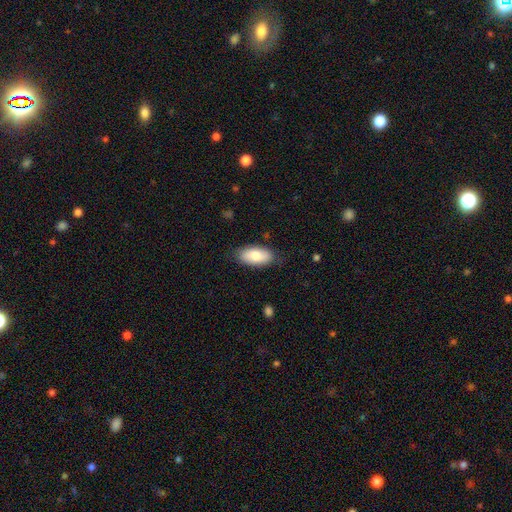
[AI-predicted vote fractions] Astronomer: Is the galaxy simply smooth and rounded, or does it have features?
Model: smooth — 80%.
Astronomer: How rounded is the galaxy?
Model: in between — 92%.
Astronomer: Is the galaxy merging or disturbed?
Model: none — 82%.